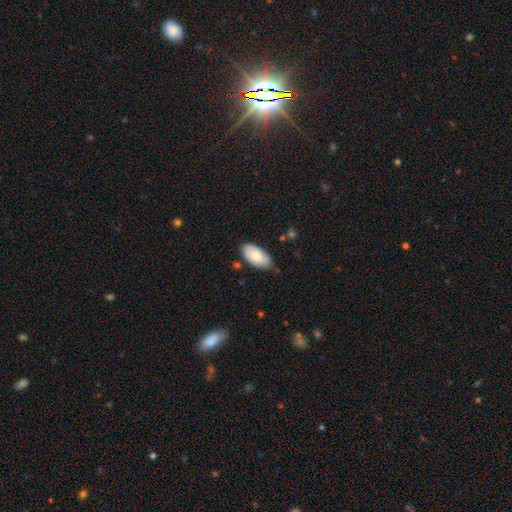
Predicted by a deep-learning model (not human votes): Smooth or featured? smooth (76%)
How rounded? in between (95%)
Merging? none (75%)